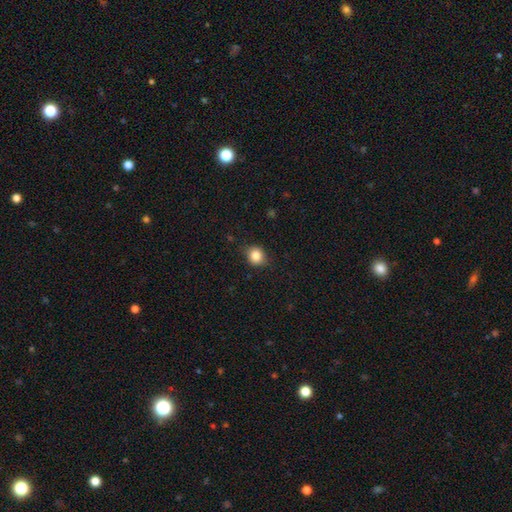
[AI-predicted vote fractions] Smooth or featured?
  - smooth: 84% *
  - star or artifact: 10%
  - featured or disk: 6%
How rounded?
  - round: 75% *
  - in between: 24%
  - cigar-shaped: 1%
Merging?
  - none: 84% *
  - minor disturbance: 13%
  - major disturbance: 3%
  - merger: 1%